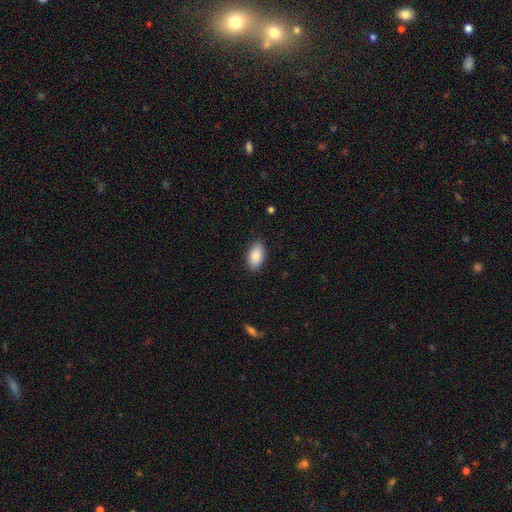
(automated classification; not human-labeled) Smooth or featured? smooth (88%)
How rounded? in between (95%)
Merging? none (88%)